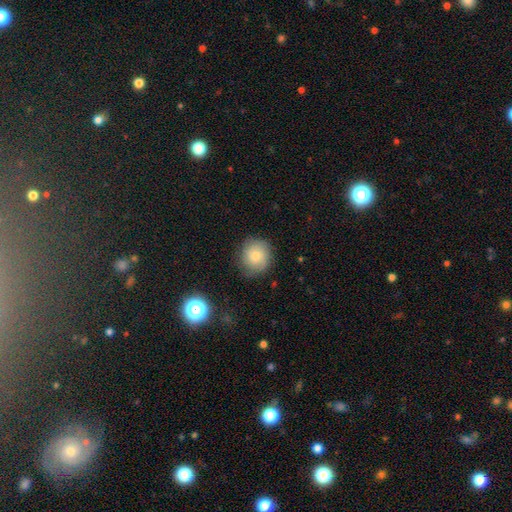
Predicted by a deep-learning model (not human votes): The model was most divided on "smooth or featured": smooth: 72%, featured or disk: 19%, star or artifact: 9%. More confident: how rounded — round (87%); merging — none (77%).